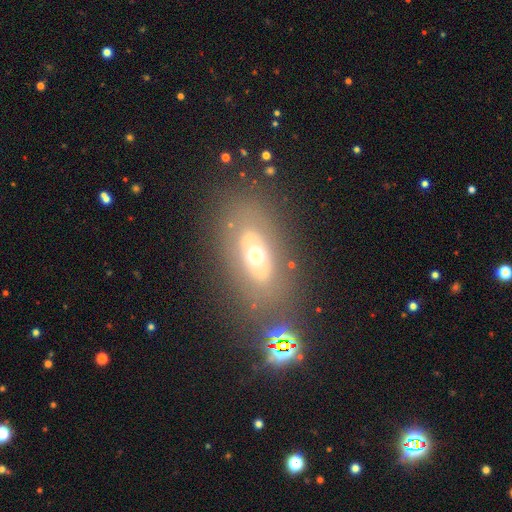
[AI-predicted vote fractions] featured or disk 49%, smooth 38%, star or artifact 12%. Down the decision tree: merging — none (76%).